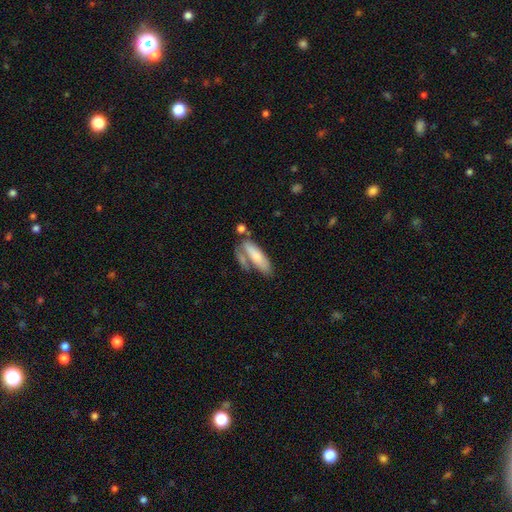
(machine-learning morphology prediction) This appears to be a smooth galaxy with no disk features (71%) that is in between round and cigar-shaped (51%). Merging: none (45%).